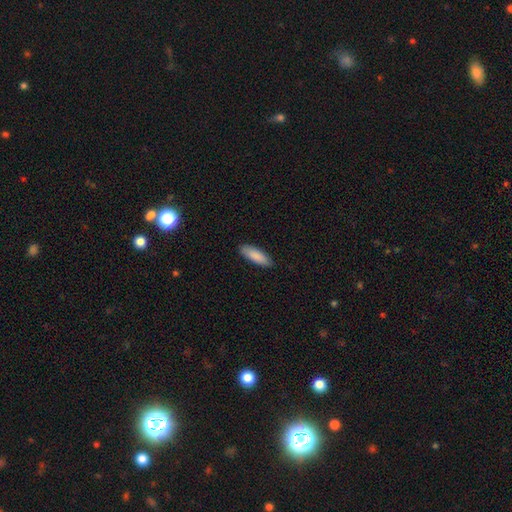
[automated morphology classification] The model was most divided on "how rounded": in between: 59%, cigar-shaped: 40%, round: 1%. More confident: smooth or featured — smooth (88%); merging — none (88%).